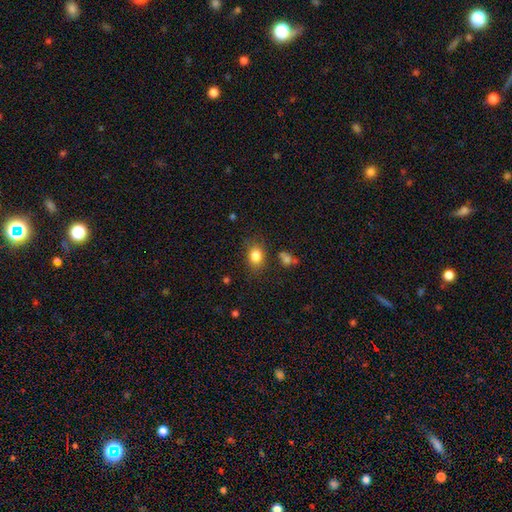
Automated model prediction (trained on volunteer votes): Overall: smooth (83%). How rounded: in between (62%; round 36%). Merging: none (76%).